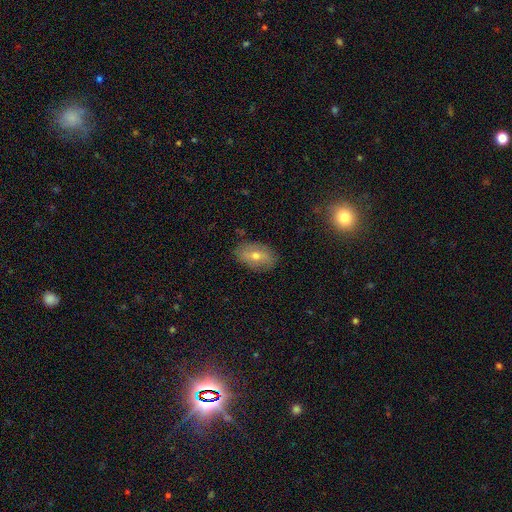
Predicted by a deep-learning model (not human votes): Smooth or featured? Predicted: smooth (p=0.48). Merging? Predicted: none (p=0.84).